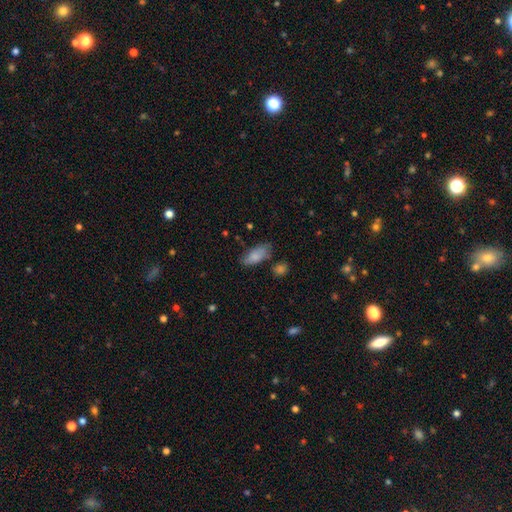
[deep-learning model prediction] smooth-or-featured: smooth: 80% | featured or disk: 13% | star or artifact: 7%
  how-rounded: in between: 87% | cigar-shaped: 10% | round: 3%
  merging: none: 63% | minor disturbance: 24% | major disturbance: 6% | merger: 6%